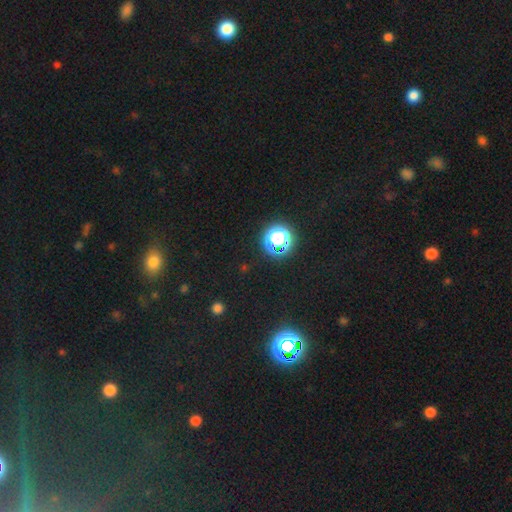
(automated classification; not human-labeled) Smooth or featured?
  - star or artifact: 63% *
  - smooth: 29%
  - featured or disk: 8%